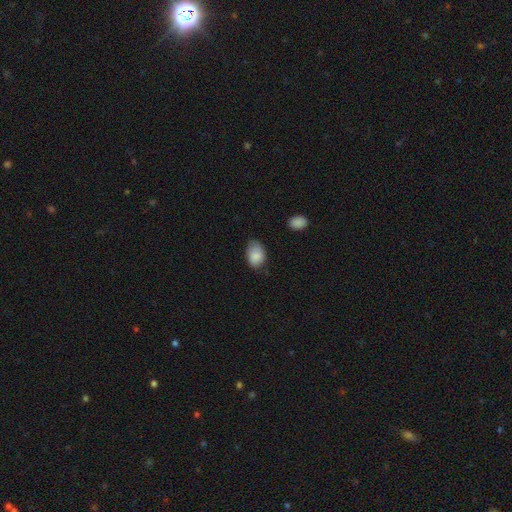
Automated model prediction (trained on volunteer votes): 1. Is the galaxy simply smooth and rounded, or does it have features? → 86% smooth, 7% star or artifact, 7% featured or disk.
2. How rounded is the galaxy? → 84% in between, 15% round, 1% cigar-shaped.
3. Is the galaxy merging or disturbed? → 60% none, 33% minor disturbance, 6% major disturbance, 2% merger.